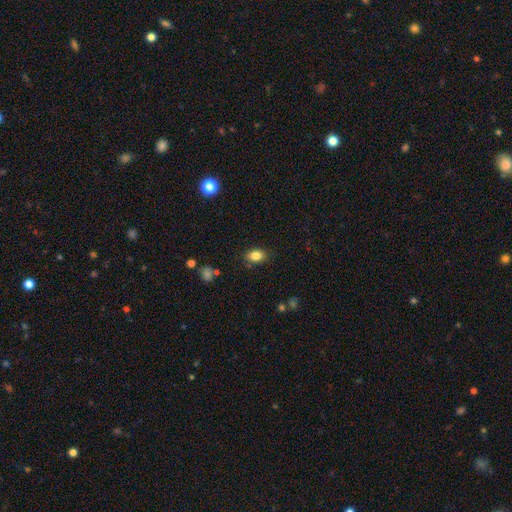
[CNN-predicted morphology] smooth 84%, star or artifact 9%, featured or disk 6%. Down the decision tree: how rounded — in between (81%); merging — none (84%).